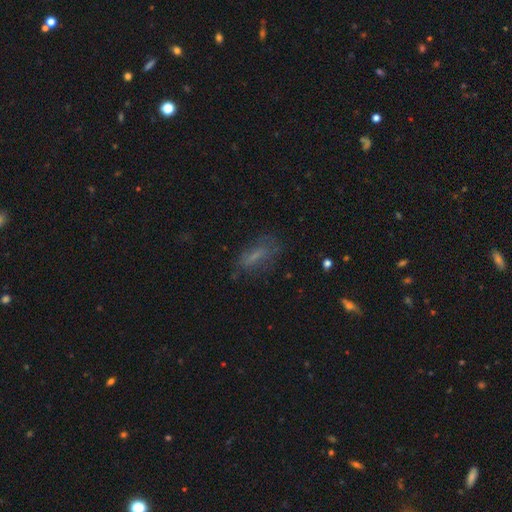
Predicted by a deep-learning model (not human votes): A smooth galaxy with no disk features (55%) that is in between round and cigar-shaped (60%). Merging: none (62%).